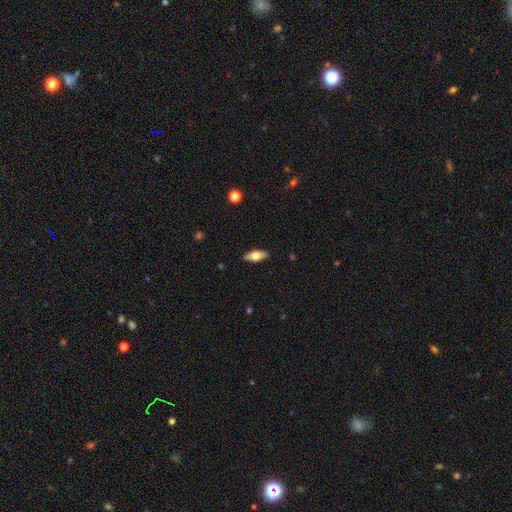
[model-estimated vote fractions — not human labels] smooth-or-featured: smooth: 65% | featured or disk: 28% | star or artifact: 6%
  how-rounded: in between: 80% | cigar-shaped: 17% | round: 3%
  merging: none: 89% | minor disturbance: 8% | major disturbance: 2% | merger: 1%